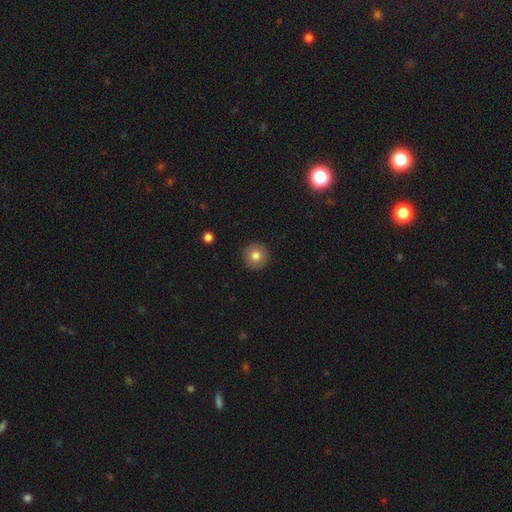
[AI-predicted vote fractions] Smooth or featured? smooth (79%)
How rounded? round (95%)
Merging? none (92%)